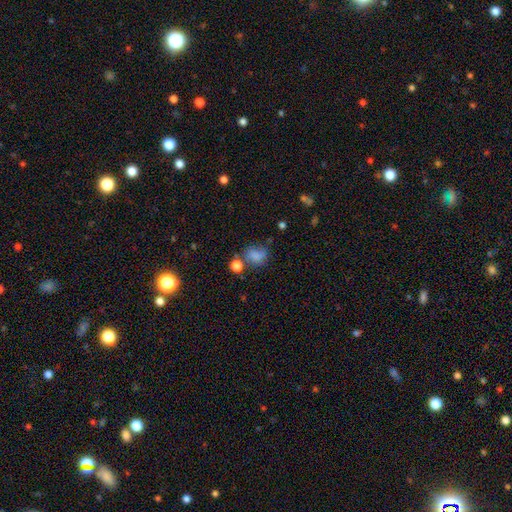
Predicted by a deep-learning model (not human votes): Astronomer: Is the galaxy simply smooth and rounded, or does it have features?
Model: smooth — 70%.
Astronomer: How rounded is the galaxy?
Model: in between — 51% (runner-up: round, 47%).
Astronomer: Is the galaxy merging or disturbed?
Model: none — 44% (runner-up: minor disturbance, 24%).